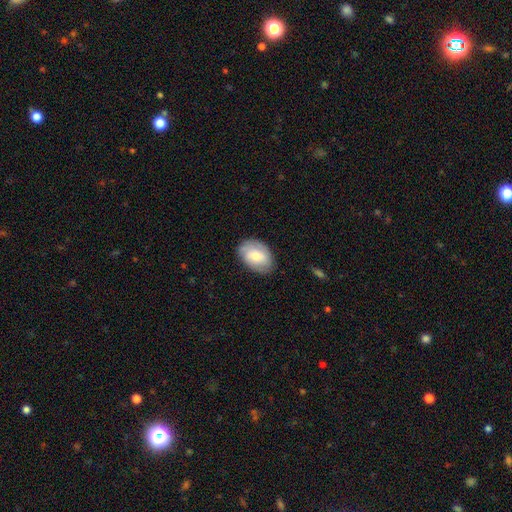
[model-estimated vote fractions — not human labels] This appears to be a smooth galaxy with no disk features (65%) that is in between round and cigar-shaped (85%). Merging: none (80%).